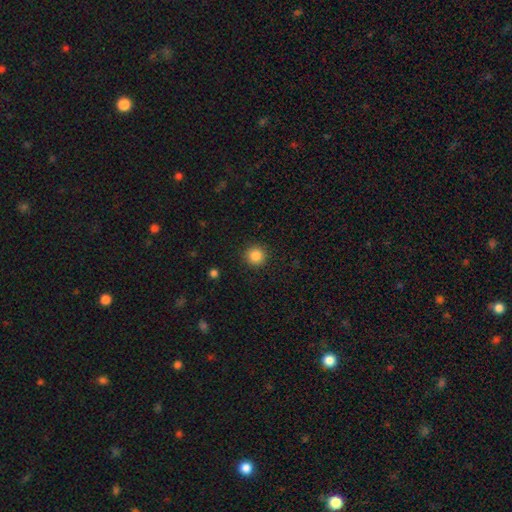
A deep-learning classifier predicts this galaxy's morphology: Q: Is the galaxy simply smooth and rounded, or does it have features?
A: smooth — 86%.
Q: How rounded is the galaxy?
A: round — 95%.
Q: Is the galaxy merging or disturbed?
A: none — 92%.